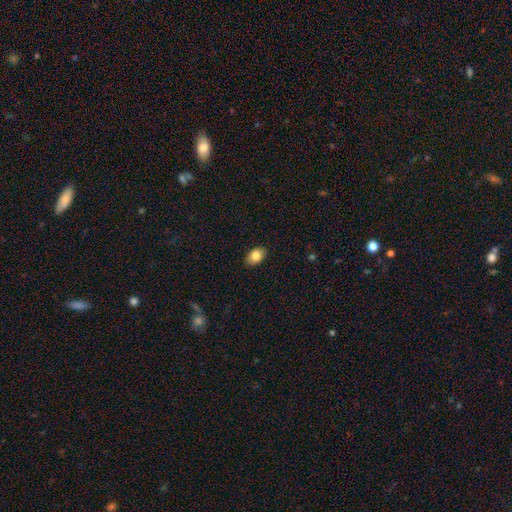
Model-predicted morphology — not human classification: This is clearly a smooth galaxy (85%). How rounded: clearly in between (85%). Merging: clearly none (89%).